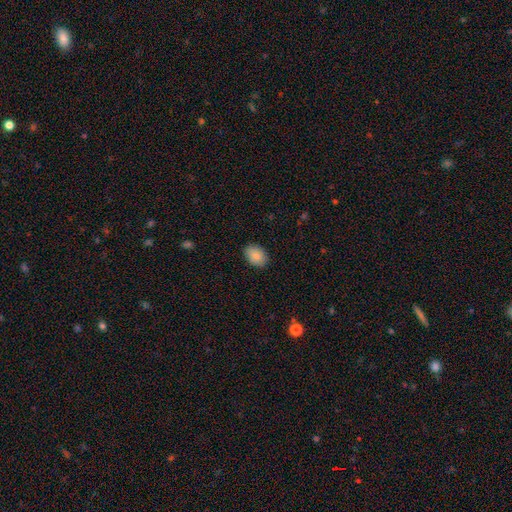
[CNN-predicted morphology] Smooth or featured? smooth (86%)
How rounded? in between (79%)
Merging? none (88%)